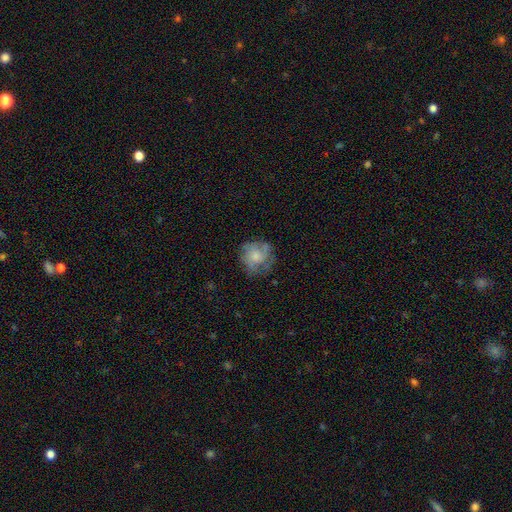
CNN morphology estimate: This appears to be a smooth galaxy with no disk features (49%). Merging: none (65%).